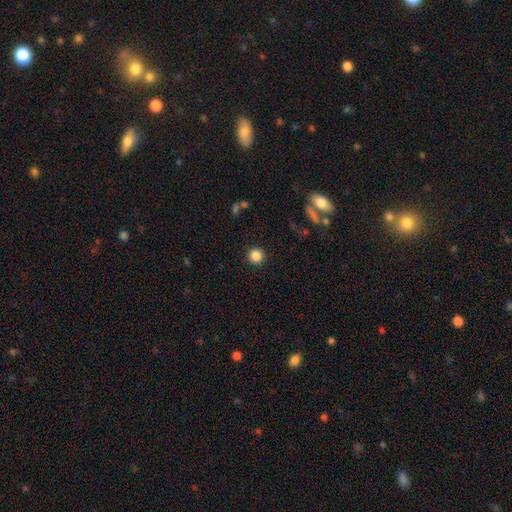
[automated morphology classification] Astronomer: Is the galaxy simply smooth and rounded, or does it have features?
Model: smooth — 86%.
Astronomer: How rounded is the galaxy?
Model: round — 95%.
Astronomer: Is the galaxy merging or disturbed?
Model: none — 91%.